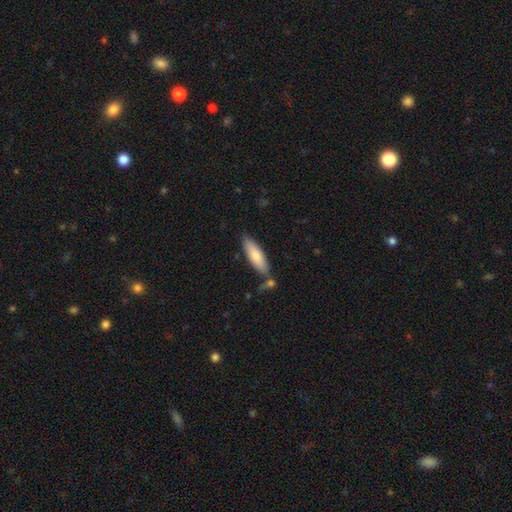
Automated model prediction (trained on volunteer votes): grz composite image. It shows a smooth galaxy with no disk features (79%) that is cigar-shaped (50%). Merging: none (73%).